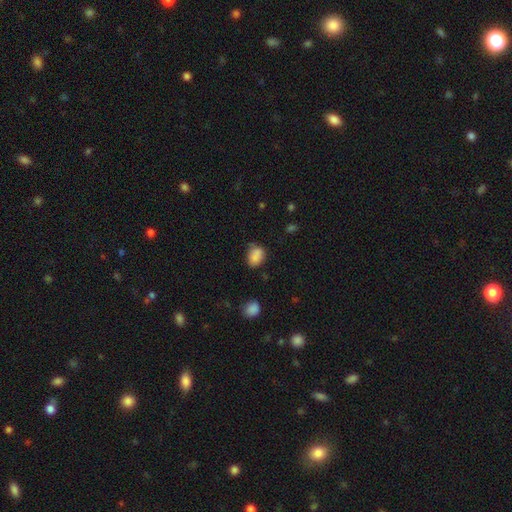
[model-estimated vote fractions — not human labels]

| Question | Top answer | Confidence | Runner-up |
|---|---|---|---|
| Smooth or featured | smooth | 84% | star or artifact (10%) |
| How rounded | in between | 71% | round (28%) |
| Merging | none | 61% | minor disturbance (26%) |